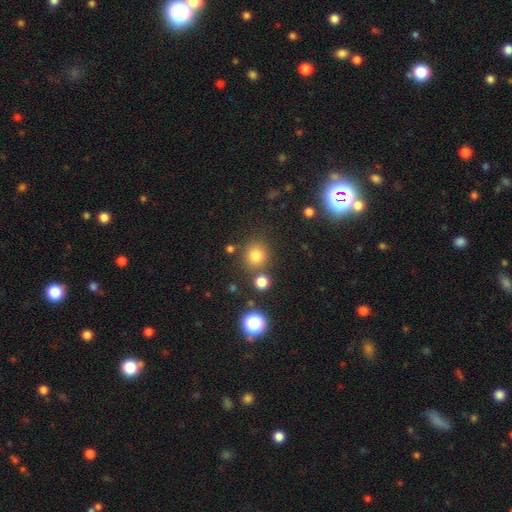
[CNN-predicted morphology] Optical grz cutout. It shows a smooth galaxy with no disk features (78%) that is round (88%). Merging: none (77%).